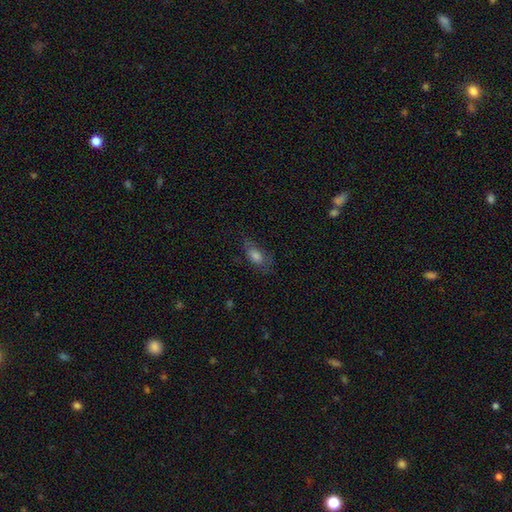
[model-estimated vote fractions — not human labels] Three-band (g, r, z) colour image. It shows a smooth galaxy with no disk features (61%) that is in between round and cigar-shaped (81%). Merging: none (64%).